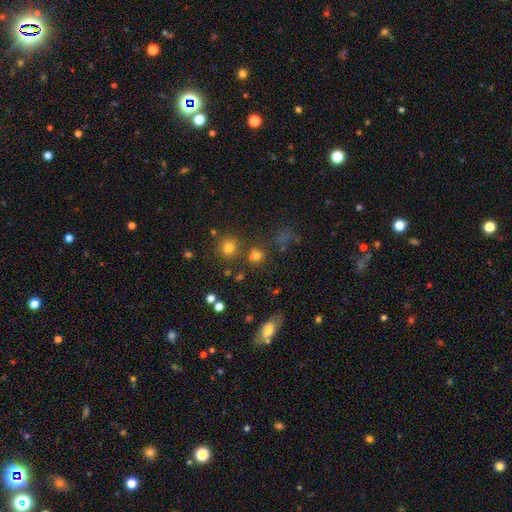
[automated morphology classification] This is likely a smooth galaxy (72%). How rounded: clearly round (87%). Merging: likely none (71%).